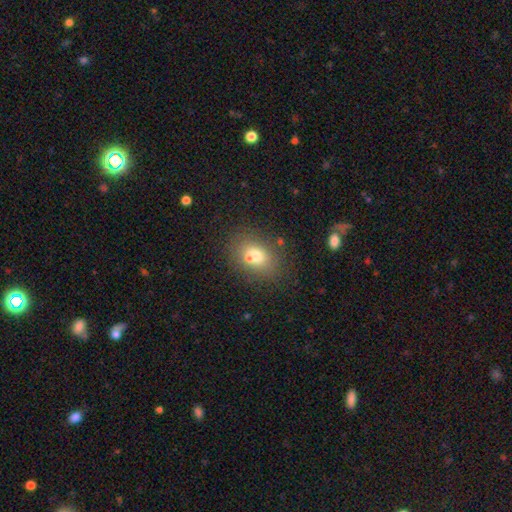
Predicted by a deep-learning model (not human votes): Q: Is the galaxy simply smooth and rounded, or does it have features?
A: smooth — 69%.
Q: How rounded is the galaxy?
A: in between — 62%.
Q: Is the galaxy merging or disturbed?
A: none — 55%.